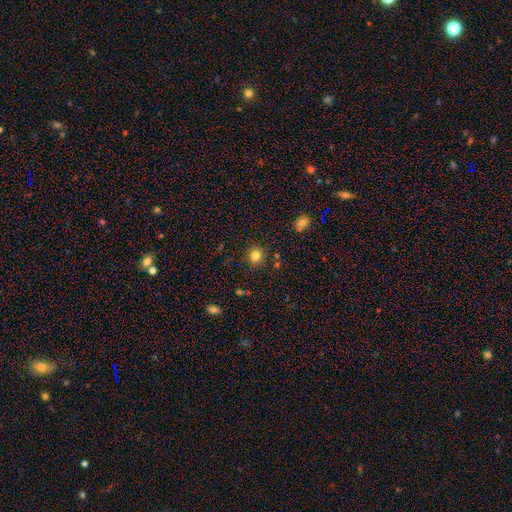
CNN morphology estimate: type=smooth (82%); roundness=round (86%); merging=none (88%).